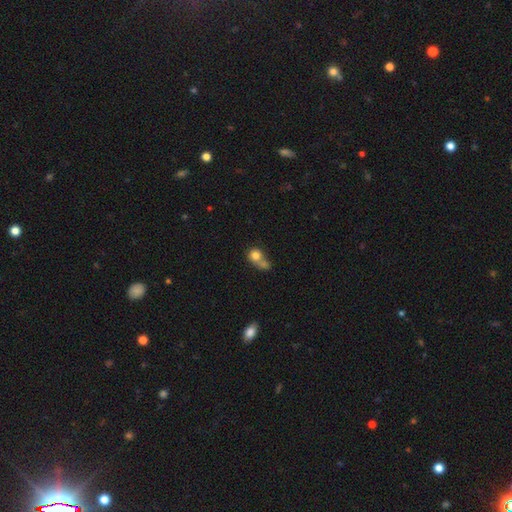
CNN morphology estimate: The model was most divided on "merging": merger: 58%, none: 28%, minor disturbance: 8%, major disturbance: 5%. More confident: smooth or featured — smooth (77%); how rounded — round (76%).